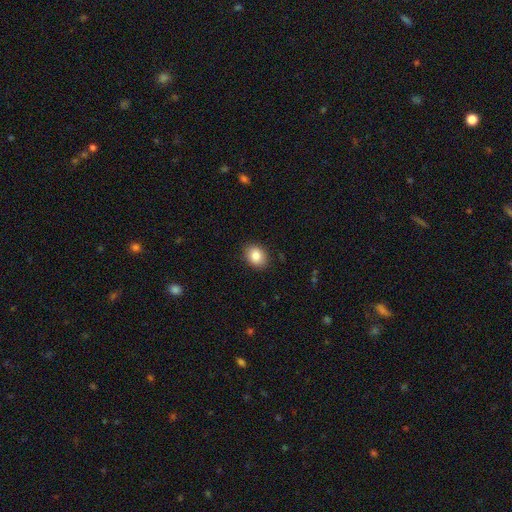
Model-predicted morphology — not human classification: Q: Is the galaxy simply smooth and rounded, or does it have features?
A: smooth — 86%.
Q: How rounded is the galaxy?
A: in between — 58%.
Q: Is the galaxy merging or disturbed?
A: none — 88%.